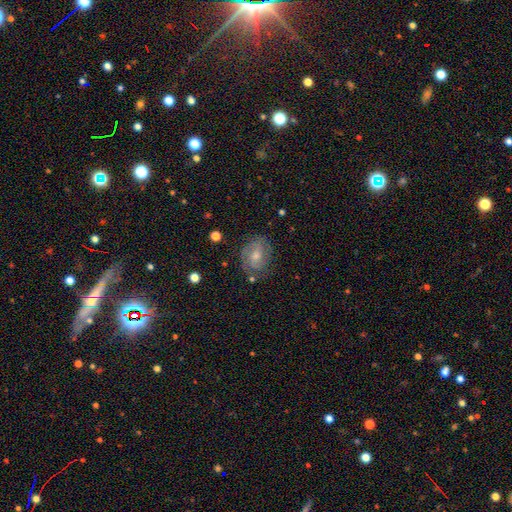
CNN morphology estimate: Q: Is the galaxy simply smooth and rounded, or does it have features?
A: featured or disk — 65%.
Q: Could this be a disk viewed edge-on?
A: no — 97%.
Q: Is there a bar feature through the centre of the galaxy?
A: no — 49%.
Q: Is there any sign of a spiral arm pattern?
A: yes — 89%.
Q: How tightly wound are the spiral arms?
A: tight — 56%.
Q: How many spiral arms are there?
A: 2 — 51%.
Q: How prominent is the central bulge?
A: moderate — 54%.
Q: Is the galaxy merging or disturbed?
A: none — 78%.